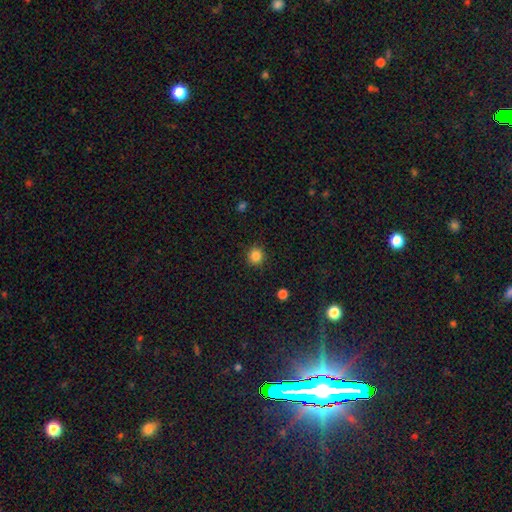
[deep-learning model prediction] A smooth galaxy with no disk features (85%) that is round (91%).

Vote fractions:
- Smooth or featured? smooth: 85% / star or artifact: 11% / featured or disk: 4%
- How rounded? round: 91% / in between: 8% / cigar-shaped: 1%
- Merging? none: 89% / minor disturbance: 7% / major disturbance: 2% / merger: 1%